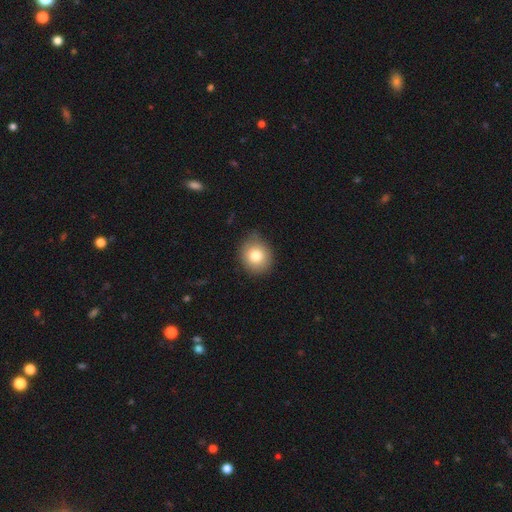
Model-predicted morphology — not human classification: A smooth galaxy with no disk features (79%) that is round (82%). Merging: none (77%).